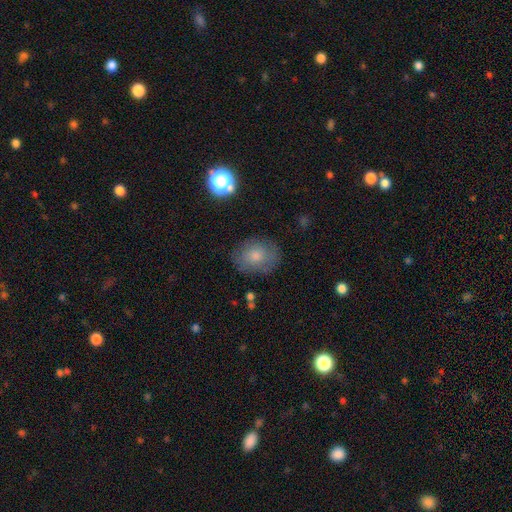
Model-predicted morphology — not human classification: A smooth galaxy with no disk features (75%) that is in between round and cigar-shaped (52%).

Vote fractions:
- Smooth or featured? smooth: 75% / featured or disk: 15% / star or artifact: 10%
- How rounded? in between: 52% / round: 47% / cigar-shaped: 1%
- Merging? none: 76% / minor disturbance: 16% / major disturbance: 6% / merger: 2%